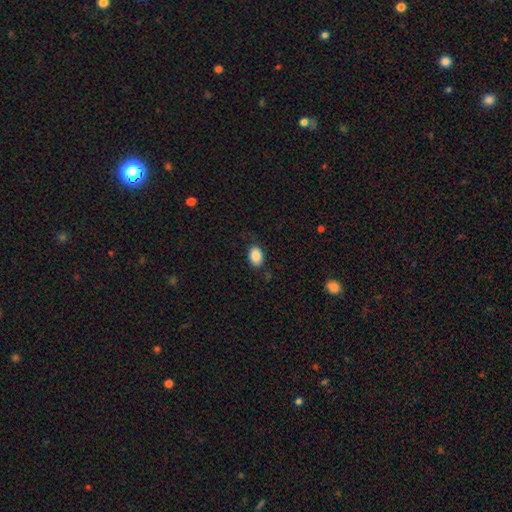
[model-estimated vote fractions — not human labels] This appears to be a smooth galaxy with no disk features (88%) that is in between round and cigar-shaped (83%). Merging: none (80%).